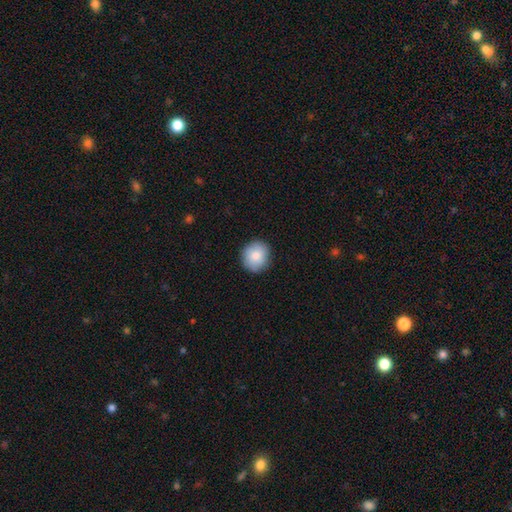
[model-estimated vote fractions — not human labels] Smooth or featured: smooth — 84% (featured or disk — 9%)
How rounded: round — 88% (in between — 11%)
Merging: none — 88% (minor disturbance — 9%)